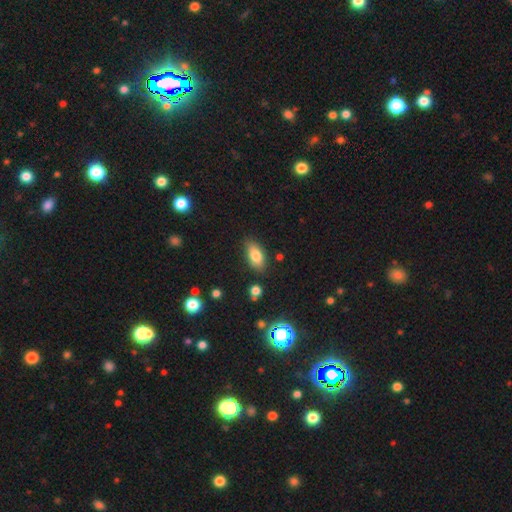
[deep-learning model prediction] The model was most divided on "smooth or featured": smooth: 79%, featured or disk: 12%, star or artifact: 9%. More confident: how rounded — in between (88%); merging — none (81%).